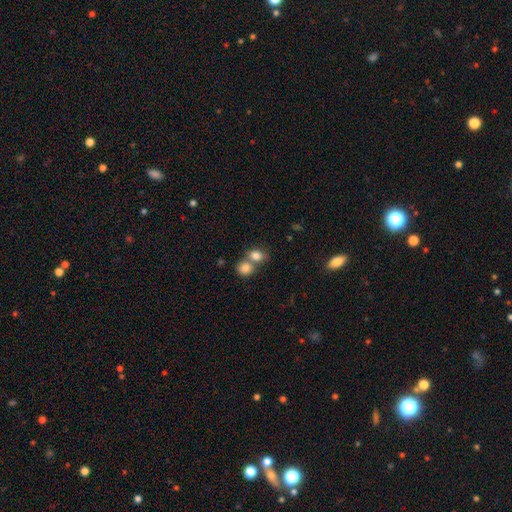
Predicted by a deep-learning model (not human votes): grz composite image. It shows a smooth galaxy with no disk features (81%) that is round (51%). Merging: merger (51%).